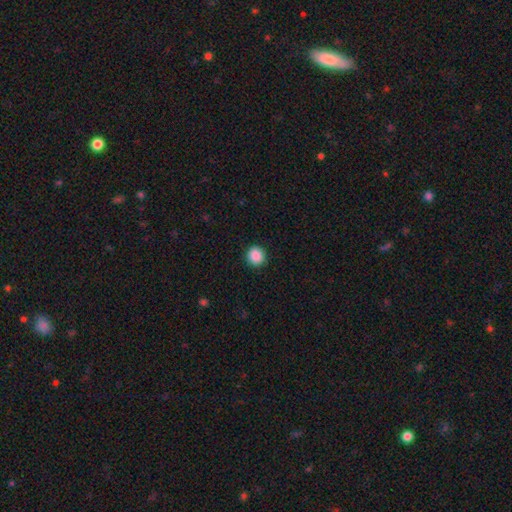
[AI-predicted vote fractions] Smooth or featured? Predicted: smooth (p=0.89). How rounded? Predicted: round (p=0.90). Merging? Predicted: none (p=0.91).